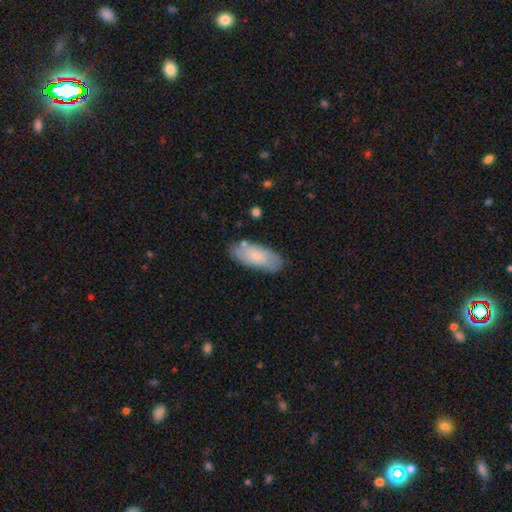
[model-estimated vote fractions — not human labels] Smooth or featured? smooth (68%)
How rounded? in between (84%)
Merging? none (78%)